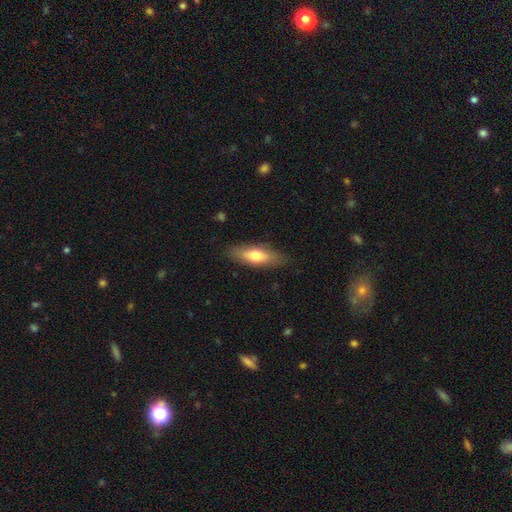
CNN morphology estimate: Smooth or featured? Predicted: smooth (p=0.67). How rounded? Predicted: in between (p=0.54). Merging? Predicted: none (p=0.84).